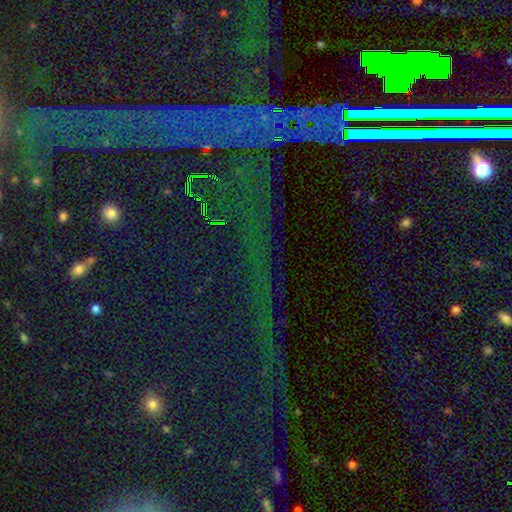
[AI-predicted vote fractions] A star or artifact, not a galaxy (83%).

Vote fractions:
- Smooth or featured? star or artifact: 83% / smooth: 9% / featured or disk: 9%